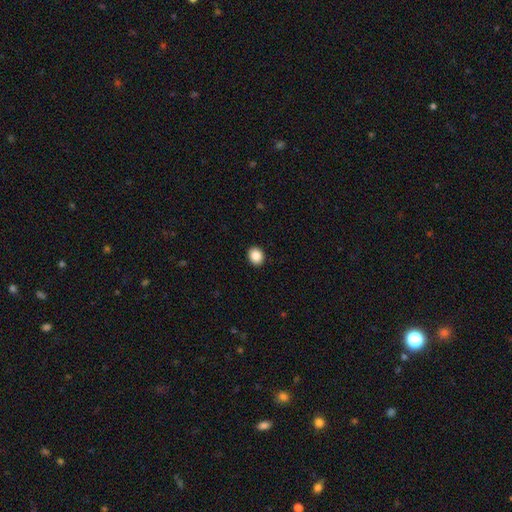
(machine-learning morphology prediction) Smooth or featured? Predicted: smooth (p=0.88). How rounded? Predicted: round (p=0.59). Merging? Predicted: none (p=0.92).